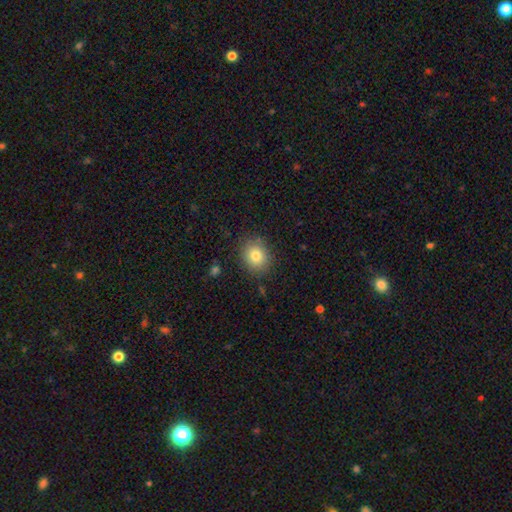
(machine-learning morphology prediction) type=smooth (81%); roundness=round (66%); merging=none (86%).